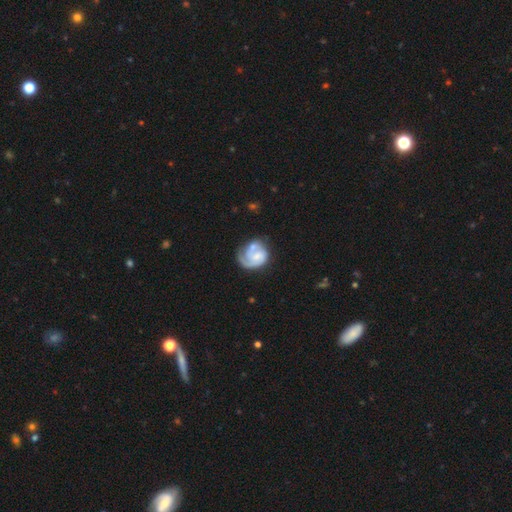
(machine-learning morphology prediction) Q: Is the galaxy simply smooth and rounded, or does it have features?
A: featured or disk — 73%.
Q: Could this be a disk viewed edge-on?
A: no — 98%.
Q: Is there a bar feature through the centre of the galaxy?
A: no — 63%.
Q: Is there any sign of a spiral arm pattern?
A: yes — 90%.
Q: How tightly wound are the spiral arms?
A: tight — 48%.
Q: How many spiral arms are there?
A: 2 — 42%.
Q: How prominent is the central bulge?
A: small — 47%.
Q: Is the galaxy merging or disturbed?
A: none — 41%.